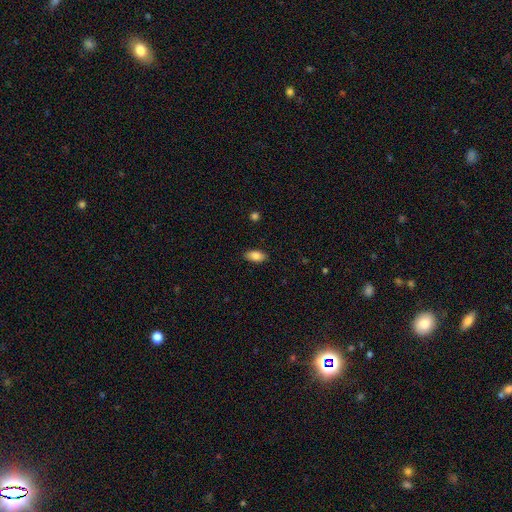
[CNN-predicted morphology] smooth 86%, star or artifact 7%, featured or disk 7%. Down the decision tree: how rounded — in between (92%); merging — none (88%).